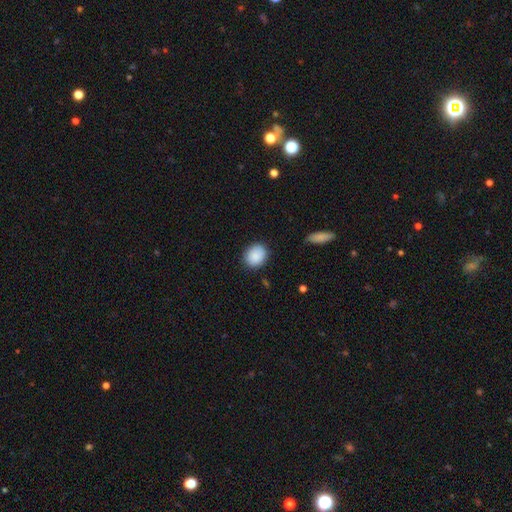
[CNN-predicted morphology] smooth 89%, star or artifact 7%, featured or disk 4%. Down the decision tree: how rounded — round (59%); merging — none (86%).